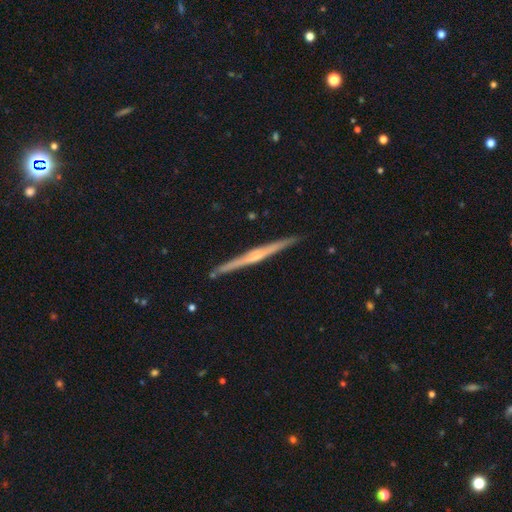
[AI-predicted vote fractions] Smooth or featured: featured or disk — 78% (smooth — 17%)
Edge-on disk: yes — 98% (no — 2%)
Edge-on bulge: rounded — 62% (none — 28%)
Merging: none — 91% (minor disturbance — 6%)